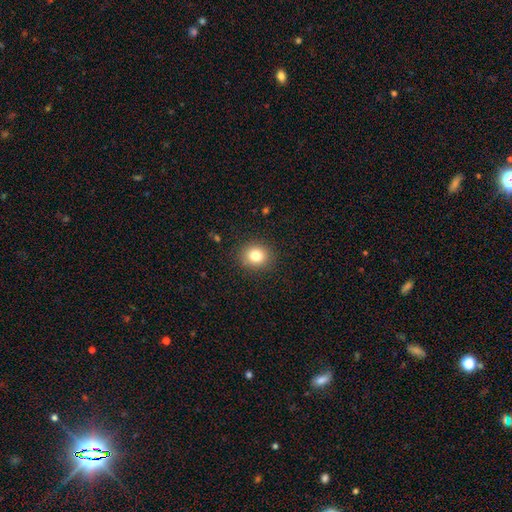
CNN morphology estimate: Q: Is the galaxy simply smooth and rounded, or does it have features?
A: smooth — 81%.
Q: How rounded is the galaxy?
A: round — 79%.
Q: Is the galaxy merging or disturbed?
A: none — 89%.